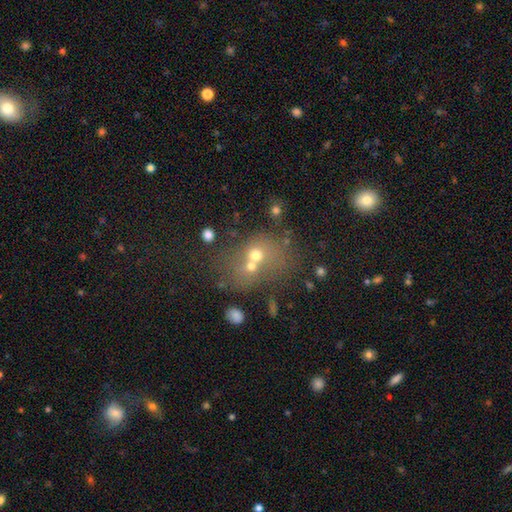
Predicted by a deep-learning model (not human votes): Smooth or featured?
  - smooth: 57% *
  - featured or disk: 25%
  - star or artifact: 18%
How rounded?
  - round: 63% *
  - in between: 36%
  - cigar-shaped: 1%
Merging?
  - merger: 60% *
  - none: 26%
  - minor disturbance: 8%
  - major disturbance: 7%